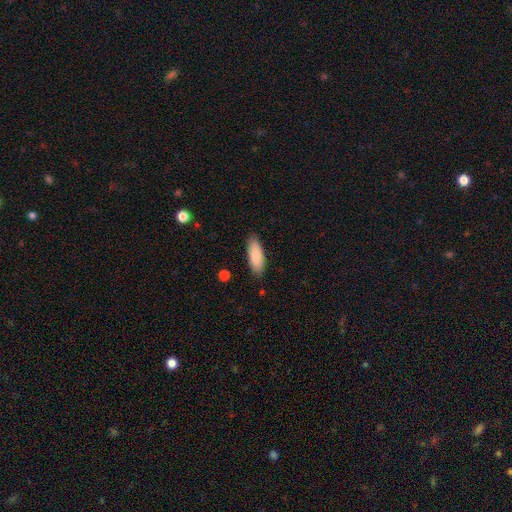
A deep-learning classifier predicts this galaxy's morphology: Smooth or featured?
  - smooth: 87% *
  - featured or disk: 7%
  - star or artifact: 6%
How rounded?
  - in between: 63% *
  - cigar-shaped: 36%
  - round: 2%
Merging?
  - none: 87% *
  - minor disturbance: 9%
  - major disturbance: 2%
  - merger: 1%